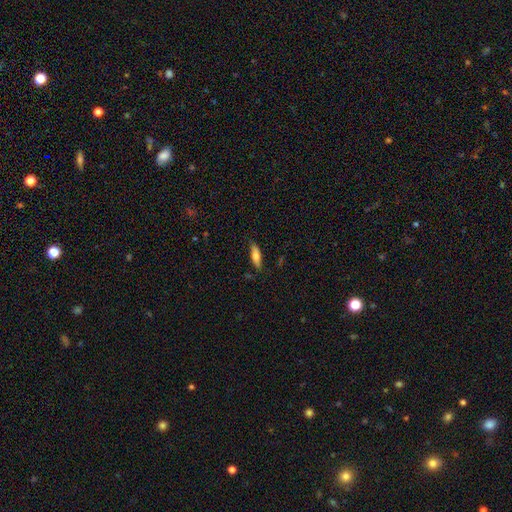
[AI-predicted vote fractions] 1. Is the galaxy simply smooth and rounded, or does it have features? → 66% smooth, 28% featured or disk, 7% star or artifact.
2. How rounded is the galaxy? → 55% cigar-shaped, 43% in between, 2% round.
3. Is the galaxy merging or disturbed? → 82% none, 14% minor disturbance, 3% major disturbance, 1% merger.